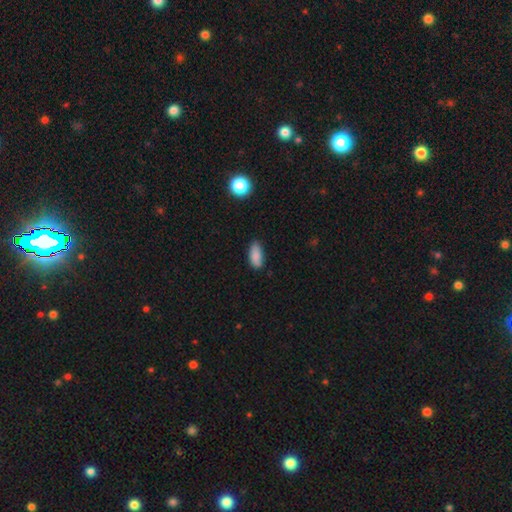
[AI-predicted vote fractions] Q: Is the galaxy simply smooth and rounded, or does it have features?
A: smooth — 87%.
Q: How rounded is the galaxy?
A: in between — 83%.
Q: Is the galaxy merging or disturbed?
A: none — 76%.